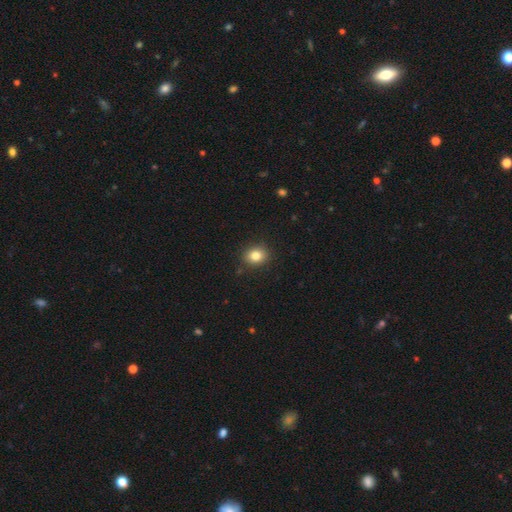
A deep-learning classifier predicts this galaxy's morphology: Smooth or featured: smooth — 83% (star or artifact — 11%)
How rounded: round — 62% (in between — 38%)
Merging: none — 88% (minor disturbance — 8%)